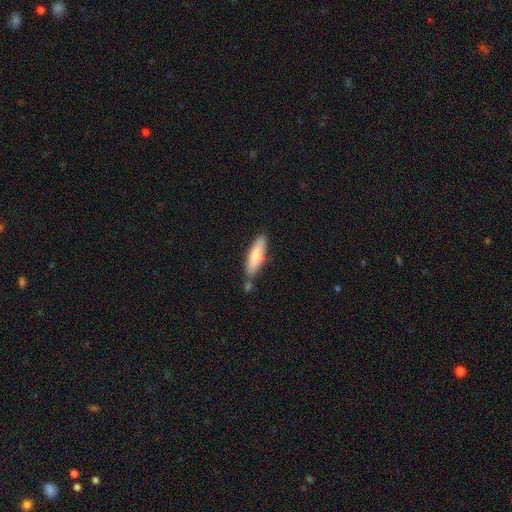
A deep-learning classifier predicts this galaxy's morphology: Smooth or featured?
  - smooth: 75% *
  - featured or disk: 19%
  - star or artifact: 5%
How rounded?
  - cigar-shaped: 58% *
  - in between: 41%
  - round: 2%
Merging?
  - none: 73% *
  - minor disturbance: 15%
  - merger: 10%
  - major disturbance: 3%